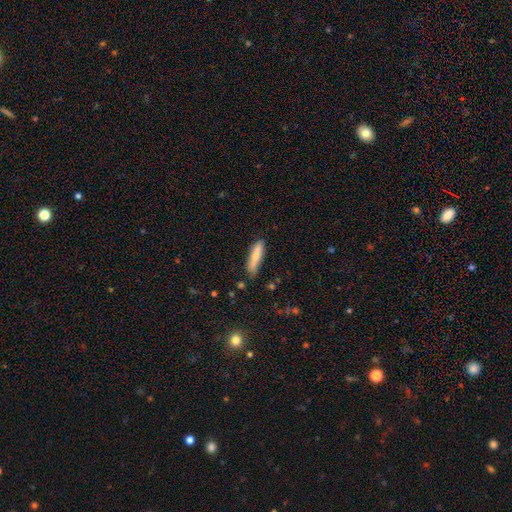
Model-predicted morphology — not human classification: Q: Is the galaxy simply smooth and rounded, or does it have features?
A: smooth — 74%.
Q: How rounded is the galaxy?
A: cigar-shaped — 79%.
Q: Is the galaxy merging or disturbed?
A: none — 78%.